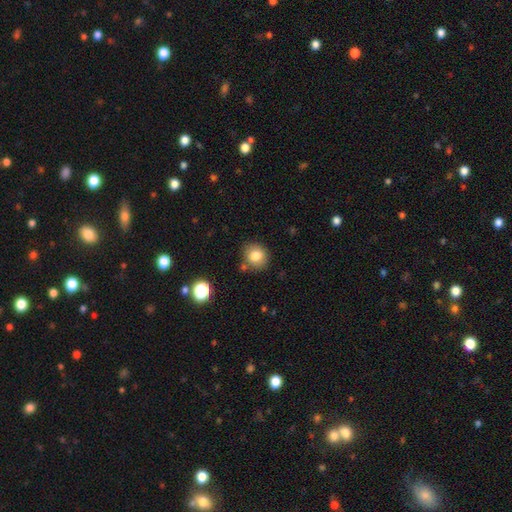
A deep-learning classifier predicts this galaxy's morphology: Smooth or featured: smooth — 81% (star or artifact — 11%)
How rounded: round — 77% (in between — 23%)
Merging: none — 78% (minor disturbance — 13%)